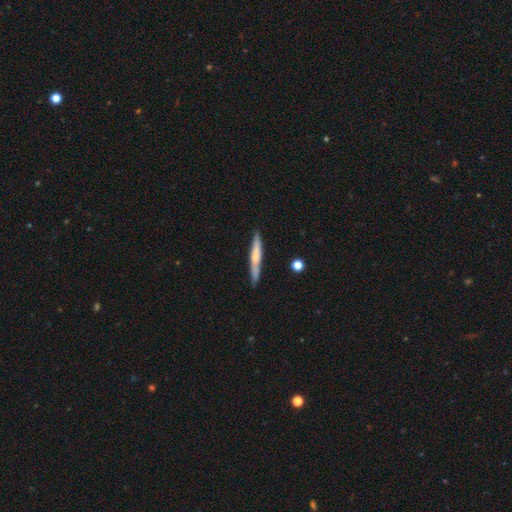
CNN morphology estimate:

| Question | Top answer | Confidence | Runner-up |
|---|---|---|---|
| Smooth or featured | smooth | 51% | featured or disk (43%) |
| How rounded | cigar-shaped | 94% | in between (5%) |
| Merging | none | 84% | minor disturbance (12%) |